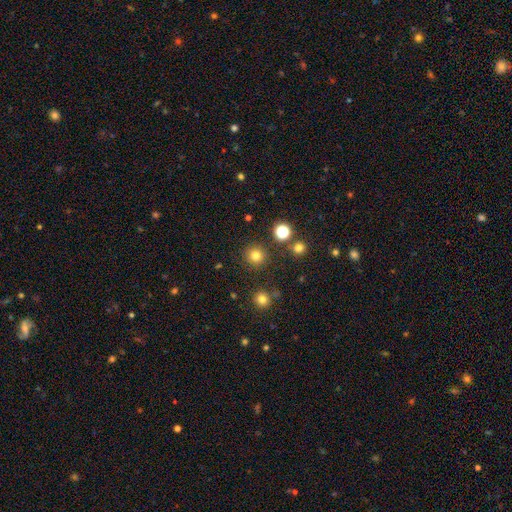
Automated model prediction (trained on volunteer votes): Q: Smooth or featured?
A: smooth (79%); runner-up: star or artifact (16%)
Q: How rounded?
A: round (94%); runner-up: in between (5%)
Q: Merging?
A: none (88%); runner-up: minor disturbance (6%)